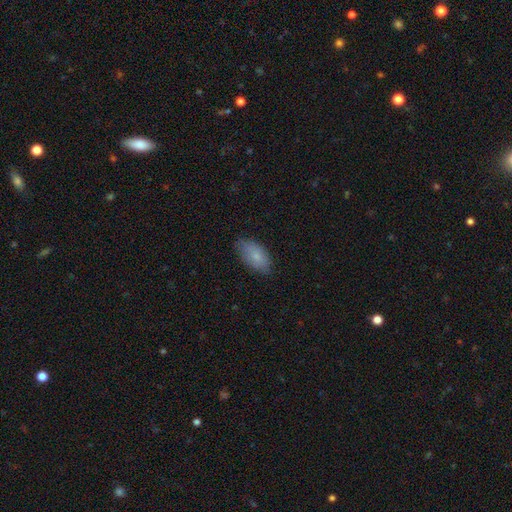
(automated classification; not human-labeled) Smooth or featured: smooth — 79% (featured or disk — 15%)
How rounded: in between — 93% (cigar-shaped — 4%)
Merging: none — 73% (minor disturbance — 22%)